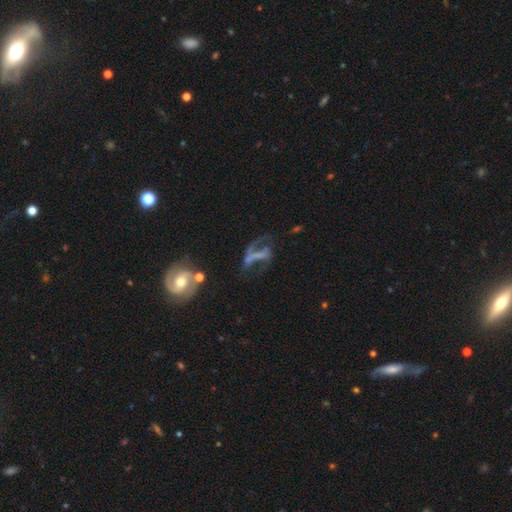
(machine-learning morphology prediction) Smooth or featured: featured or disk — 63% (smooth — 20%)
Edge-on disk: no — 92% (yes — 8%)
Bar: no — 42% (strong — 35%)
Spiral arms: yes — 52% (no — 48%)
Bulge size: none — 64% (small — 19%)
Merging: major disturbance — 45% (none — 26%)